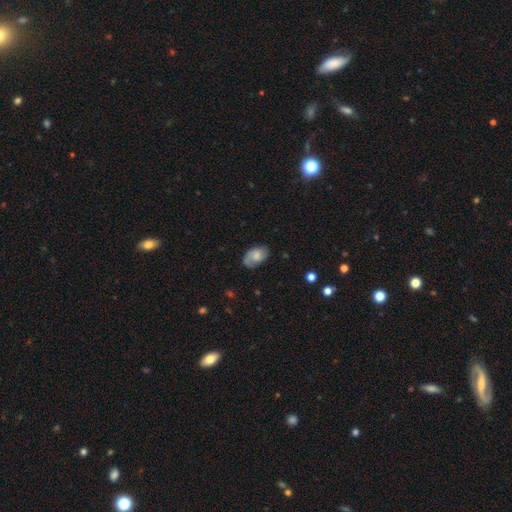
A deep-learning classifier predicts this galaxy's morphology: Overall: smooth (63%; featured or disk 29%). How rounded: in between (90%). Merging: none (65%; minor disturbance 26%).